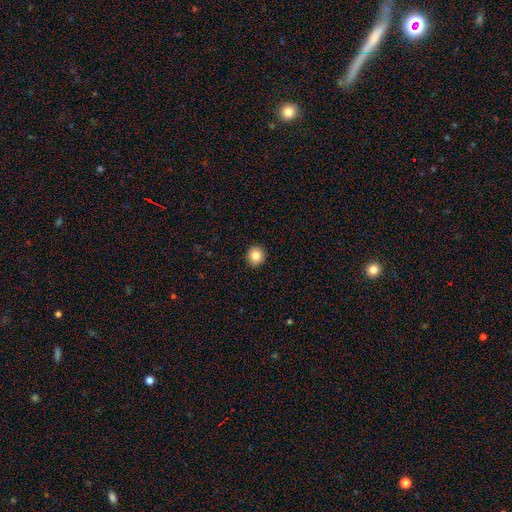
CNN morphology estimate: A smooth galaxy with no disk features (84%) that is round (91%).

Vote fractions:
- Smooth or featured? smooth: 84% / star or artifact: 10% / featured or disk: 6%
- How rounded? round: 91% / in between: 8% / cigar-shaped: 1%
- Merging? none: 93% / minor disturbance: 5% / major disturbance: 1% / merger: 1%